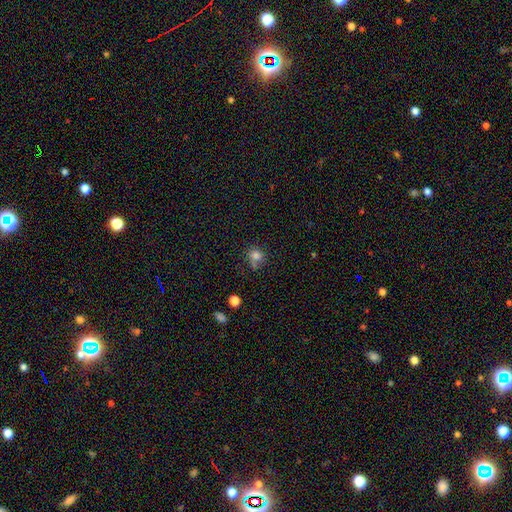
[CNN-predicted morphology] Q: Smooth or featured?
A: smooth (80%); runner-up: star or artifact (13%)
Q: How rounded?
A: round (75%); runner-up: in between (24%)
Q: Merging?
A: none (56%); runner-up: merger (19%)